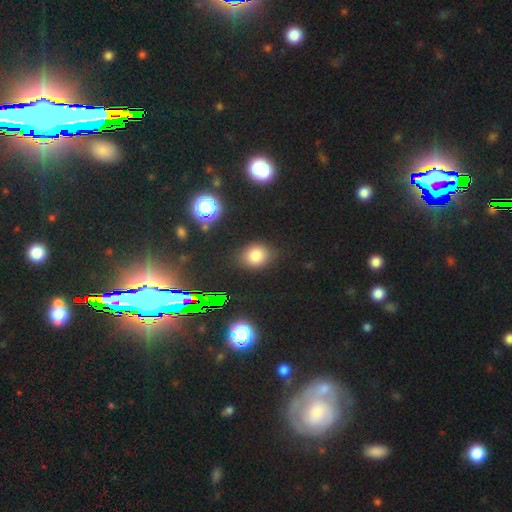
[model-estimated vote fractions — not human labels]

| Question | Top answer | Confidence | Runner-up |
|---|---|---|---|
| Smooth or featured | smooth | 75% | star or artifact (18%) |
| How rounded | round | 63% | in between (35%) |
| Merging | none | 84% | minor disturbance (11%) |